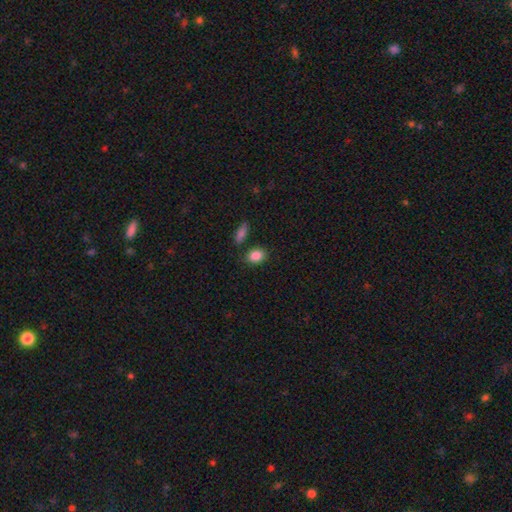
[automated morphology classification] The model was most divided on "how rounded": in between: 65%, round: 34%, cigar-shaped: 2%. More confident: smooth or featured — smooth (87%); merging — none (79%).